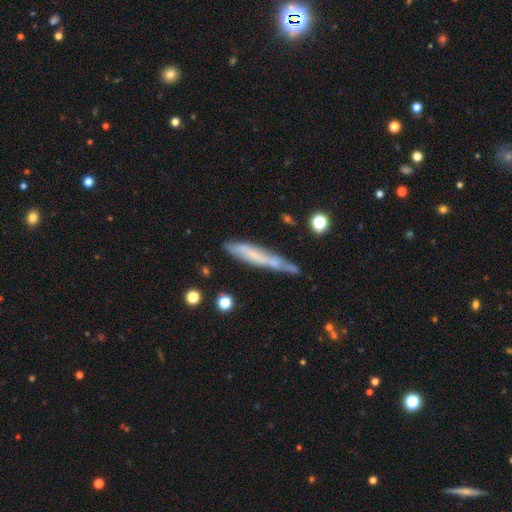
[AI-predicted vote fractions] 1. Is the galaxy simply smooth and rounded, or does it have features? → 48% smooth, 44% featured or disk, 8% star or artifact.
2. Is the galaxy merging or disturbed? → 57% none, 28% minor disturbance, 8% major disturbance, 7% merger.